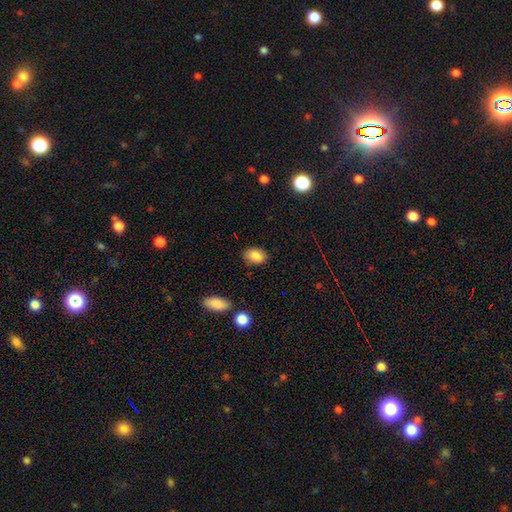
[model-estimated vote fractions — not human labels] Smooth or featured?
  - smooth: 86% *
  - star or artifact: 8%
  - featured or disk: 6%
How rounded?
  - in between: 82% *
  - round: 16%
  - cigar-shaped: 1%
Merging?
  - none: 83% *
  - minor disturbance: 13%
  - major disturbance: 3%
  - merger: 2%